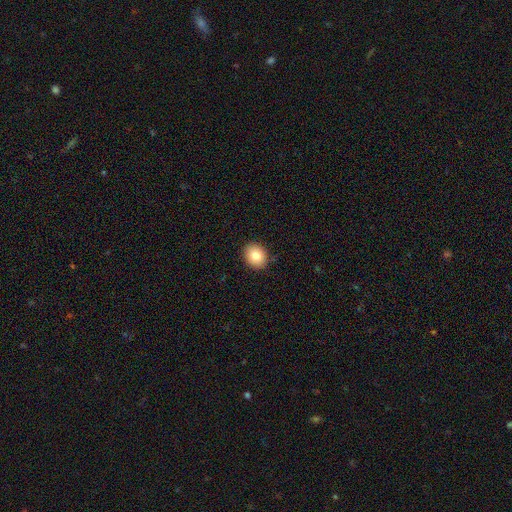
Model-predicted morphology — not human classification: This is clearly a smooth galaxy (82%). How rounded: likely round (63%). Merging: clearly none (89%).